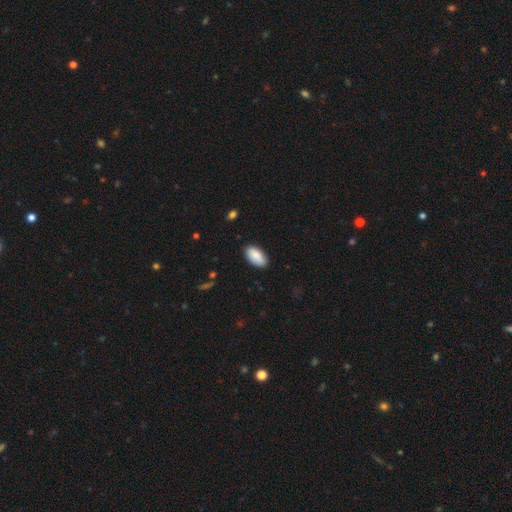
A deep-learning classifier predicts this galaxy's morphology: Q: Smooth or featured?
A: smooth (89%); runner-up: star or artifact (6%)
Q: How rounded?
A: in between (95%); runner-up: cigar-shaped (3%)
Q: Merging?
A: none (86%); runner-up: minor disturbance (10%)